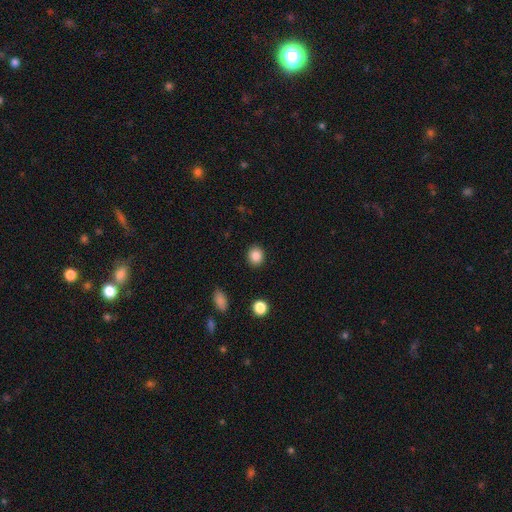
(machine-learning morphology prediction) Overall: smooth (86%). How rounded: round (80%). Merging: none (91%).